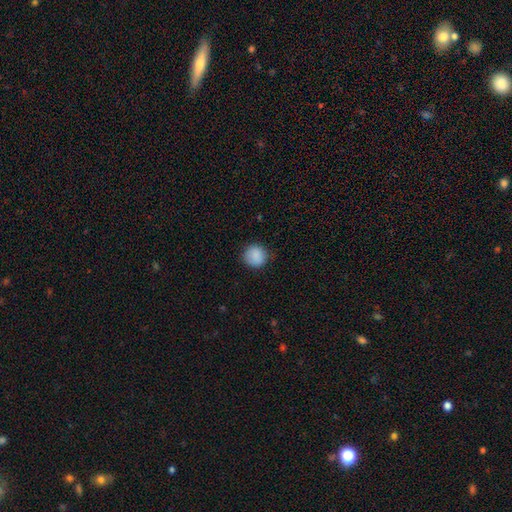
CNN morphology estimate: A smooth galaxy with no disk features (88%) that is round (90%). Merging: none (84%).